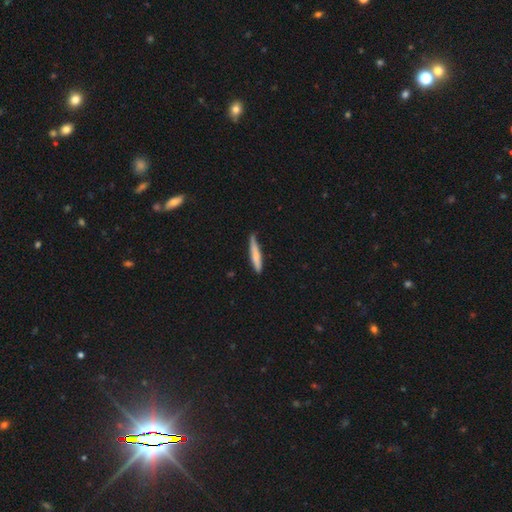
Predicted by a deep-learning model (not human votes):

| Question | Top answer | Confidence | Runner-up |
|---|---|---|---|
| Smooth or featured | smooth | 74% | featured or disk (21%) |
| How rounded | cigar-shaped | 91% | in between (7%) |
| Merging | none | 71% | minor disturbance (24%) |